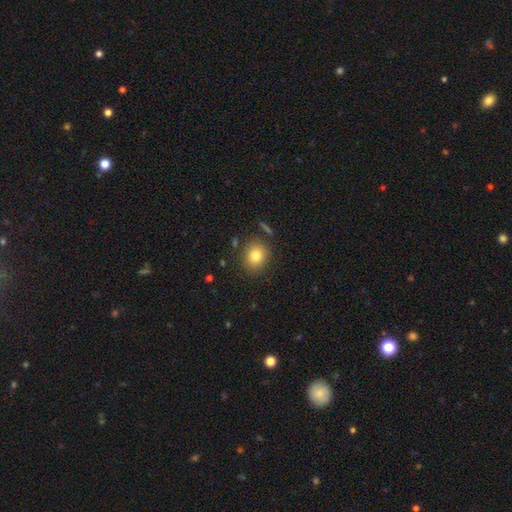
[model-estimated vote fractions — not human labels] Smooth or featured? smooth (80%)
How rounded? round (71%)
Merging? none (83%)